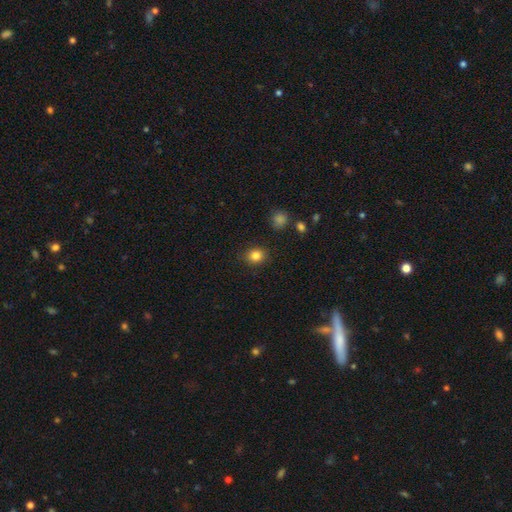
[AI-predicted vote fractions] The model was most divided on "how rounded": round: 74%, in between: 25%, cigar-shaped: 1%. More confident: merging — none (88%); smooth or featured — smooth (84%).